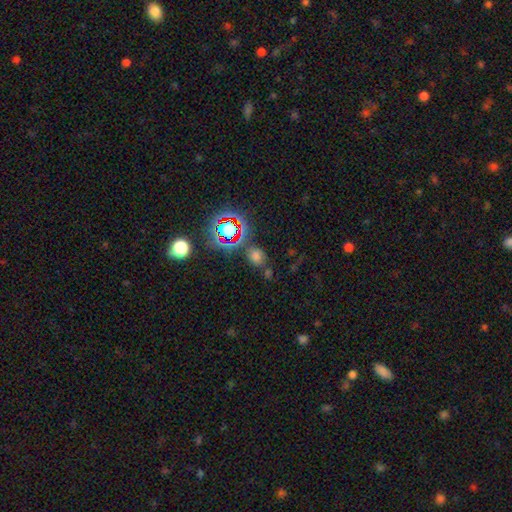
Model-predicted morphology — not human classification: Smooth or featured? Predicted: smooth (p=0.59). How rounded? Predicted: round (p=0.54). Merging? Predicted: none (p=0.70).